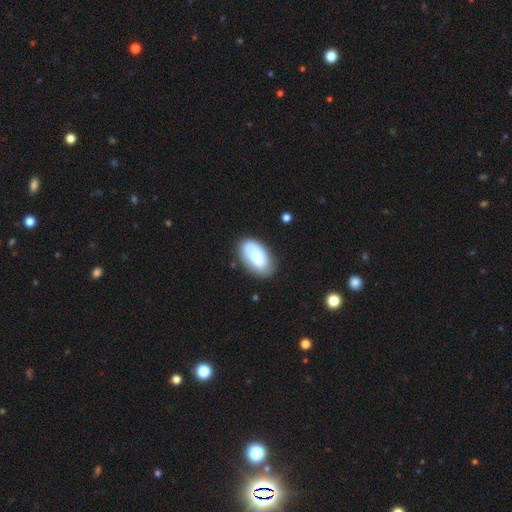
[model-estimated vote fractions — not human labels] A smooth galaxy with no disk features (67%) that is in between round and cigar-shaped (94%). Merging: none (74%).